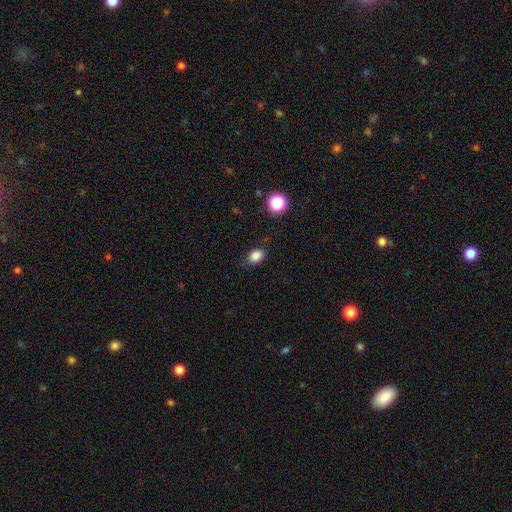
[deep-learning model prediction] A smooth galaxy with no disk features (84%) that is in between round and cigar-shaped (73%).

Vote fractions:
- Smooth or featured? smooth: 84% / star or artifact: 11% / featured or disk: 4%
- How rounded? in between: 73% / round: 26% / cigar-shaped: 1%
- Merging? none: 82% / minor disturbance: 13% / major disturbance: 3% / merger: 2%